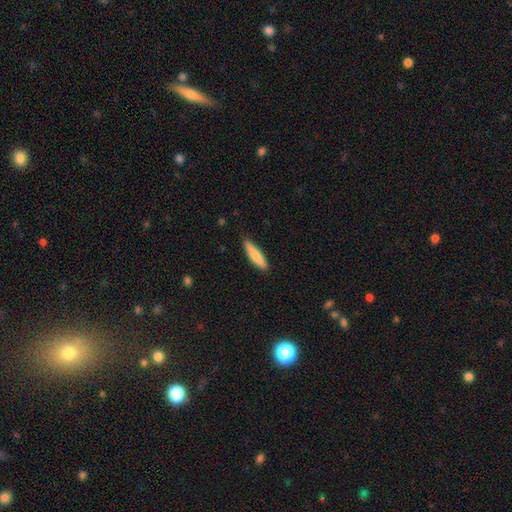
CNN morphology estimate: Smooth or featured? smooth (78%)
How rounded? cigar-shaped (80%)
Merging? none (86%)